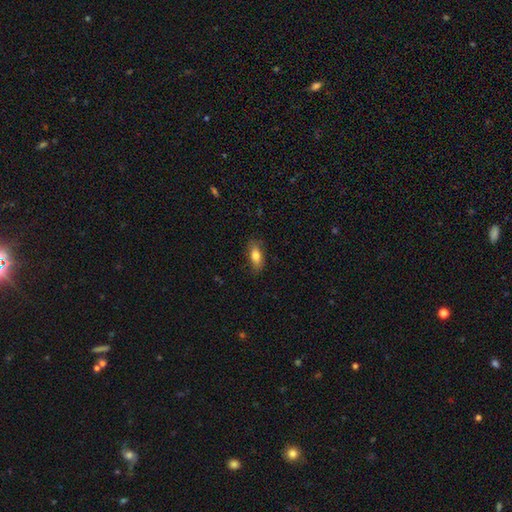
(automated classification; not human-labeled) This appears to be a smooth galaxy with no disk features (79%) that is in between round and cigar-shaped (78%). Merging: none (82%).